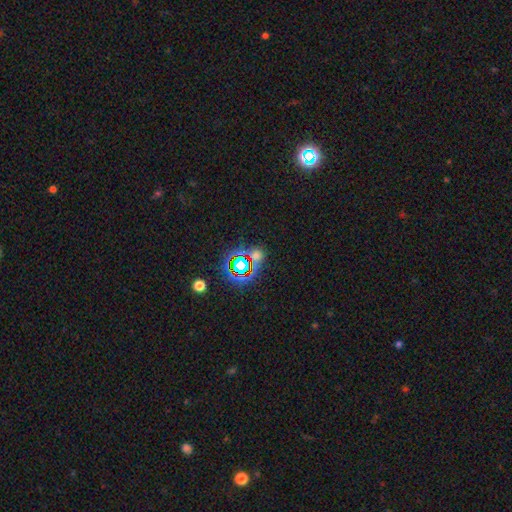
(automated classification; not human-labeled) Smooth or featured? star or artifact (58%)